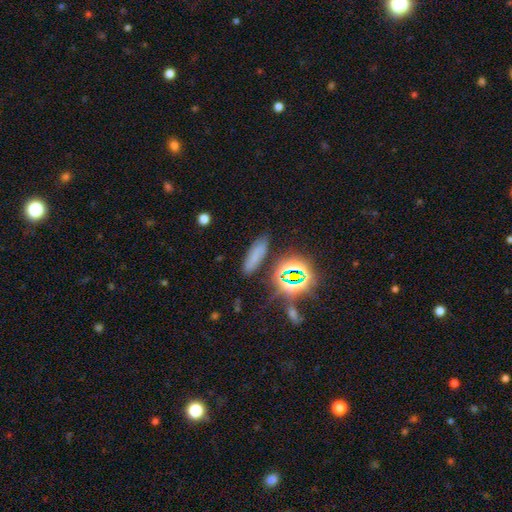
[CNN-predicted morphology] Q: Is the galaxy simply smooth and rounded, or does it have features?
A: smooth — 61%.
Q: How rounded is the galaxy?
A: cigar-shaped — 56%.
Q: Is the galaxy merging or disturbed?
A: none — 81%.